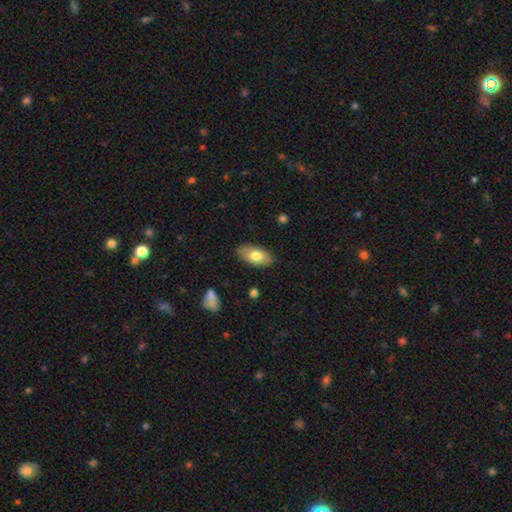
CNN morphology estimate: Smooth or featured? smooth (75%)
How rounded? in between (93%)
Merging? none (86%)